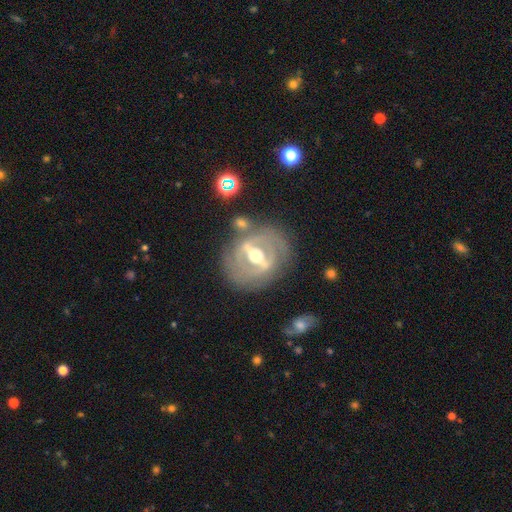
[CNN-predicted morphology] Overall: featured or disk (83%). Edge-on disk: no (88%). Bar: strong (78%). Spiral arms: yes (51%; no 49%). Bulge size: moderate (75%). Merging: none (70%).